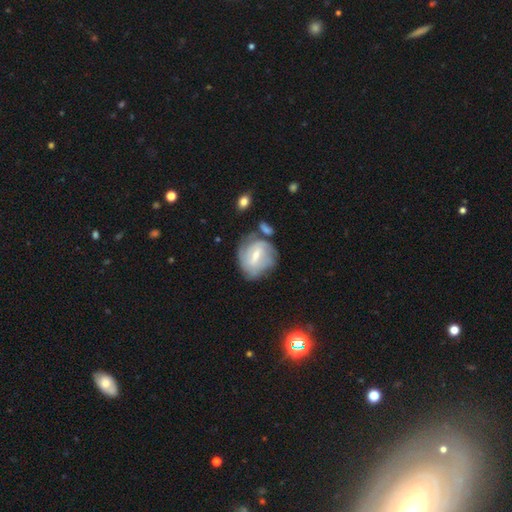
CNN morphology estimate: smooth-or-featured: featured or disk: 65% | smooth: 28% | star or artifact: 7%
  disk-edge-on: no: 96% | yes: 4%
    bar: weak: 55% | strong: 28% | no: 17%
    has-spiral-arms: yes: 75% | no: 25%
    bulge-size: small: 52% | moderate: 41% | none: 3% | large: 3% | dominant: 1%
  merging: none: 52% | minor disturbance: 24% | merger: 13% | major disturbance: 12%